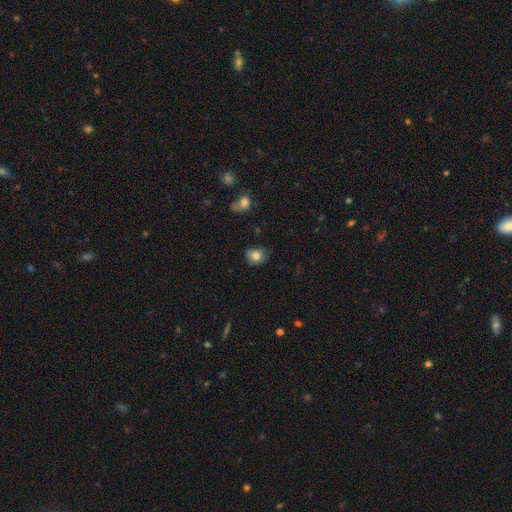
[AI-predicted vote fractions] Smooth or featured?
  - smooth: 79% *
  - featured or disk: 11%
  - star or artifact: 10%
How rounded?
  - round: 67% *
  - in between: 32%
  - cigar-shaped: 1%
Merging?
  - none: 64% *
  - minor disturbance: 26%
  - major disturbance: 7%
  - merger: 2%